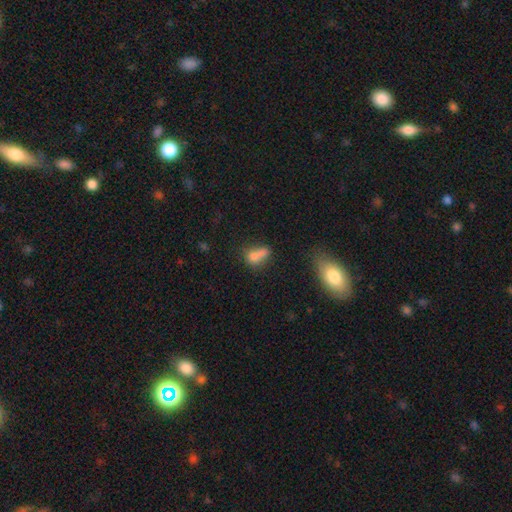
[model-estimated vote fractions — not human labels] smooth-or-featured: smooth: 70% | featured or disk: 17% | star or artifact: 13%
  how-rounded: in between: 60% | round: 30% | cigar-shaped: 10%
  merging: merger: 40% | none: 29% | minor disturbance: 17% | major disturbance: 14%